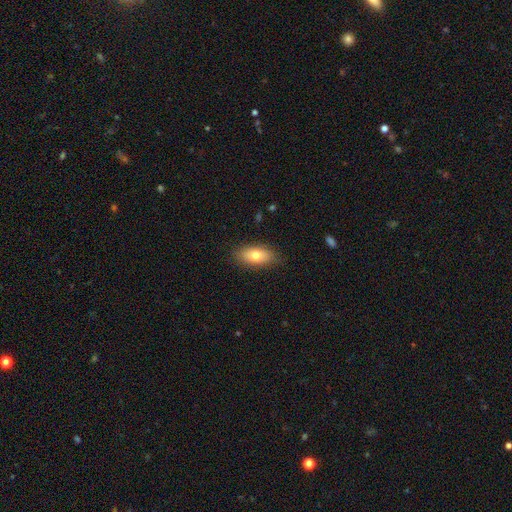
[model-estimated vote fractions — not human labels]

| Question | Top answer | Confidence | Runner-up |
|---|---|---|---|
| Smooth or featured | smooth | 73% | featured or disk (19%) |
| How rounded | in between | 86% | cigar-shaped (8%) |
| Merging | none | 86% | minor disturbance (11%) |